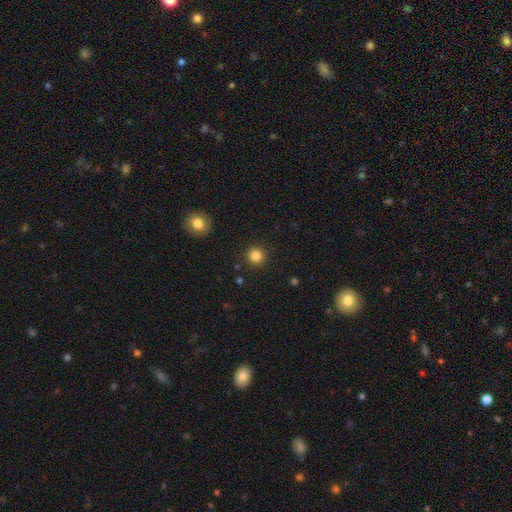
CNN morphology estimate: The model was most divided on "smooth or featured": smooth: 84%, star or artifact: 12%, featured or disk: 4%. More confident: how rounded — round (95%); merging — none (91%).